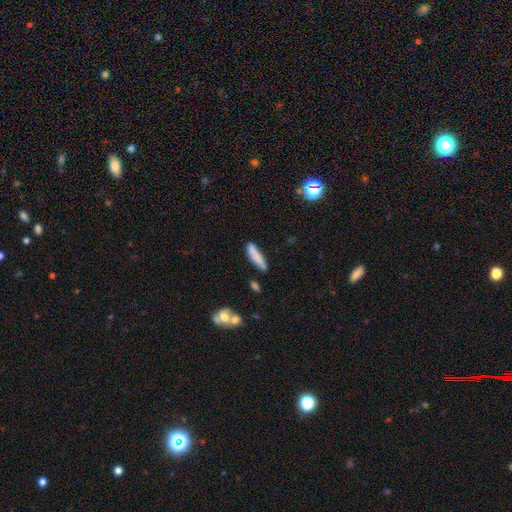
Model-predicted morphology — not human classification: smooth-or-featured: smooth: 81% | featured or disk: 12% | star or artifact: 7%
  how-rounded: cigar-shaped: 76% | in between: 23% | round: 2%
  merging: none: 72% | minor disturbance: 19% | merger: 5% | major disturbance: 4%